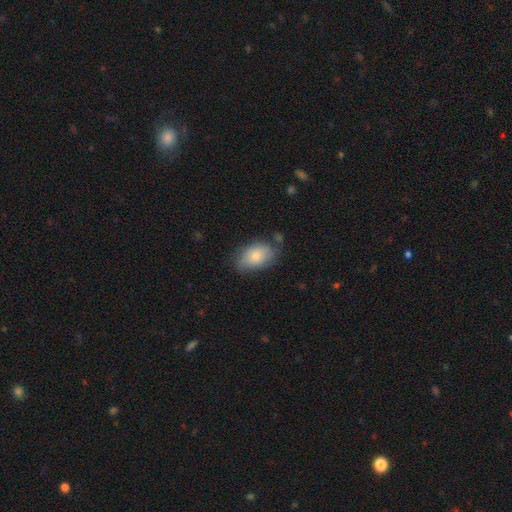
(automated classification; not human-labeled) smooth 77%, featured or disk 16%, star or artifact 7%. Down the decision tree: how rounded — in between (88%); merging — none (62%).